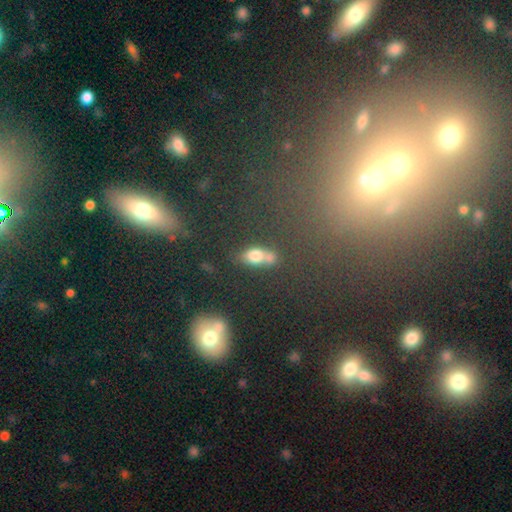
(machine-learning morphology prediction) This is likely a smooth galaxy (71%). How rounded: likely in between (69%). Merging: possibly none (48%).